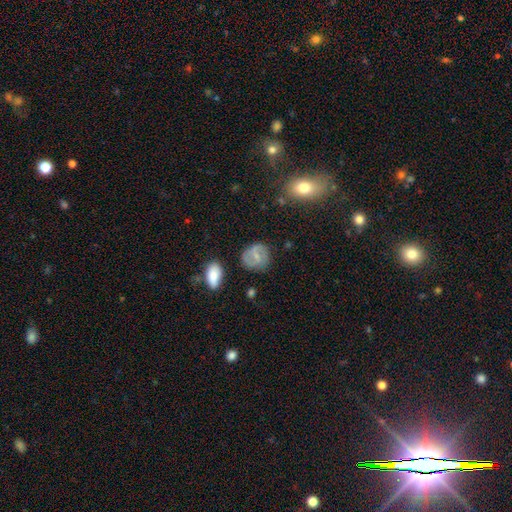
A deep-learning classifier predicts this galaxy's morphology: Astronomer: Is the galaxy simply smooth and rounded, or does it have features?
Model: smooth — 53% (runner-up: featured or disk, 38%).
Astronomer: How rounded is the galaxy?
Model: round — 70%.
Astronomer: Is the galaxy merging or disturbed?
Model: none — 71%.